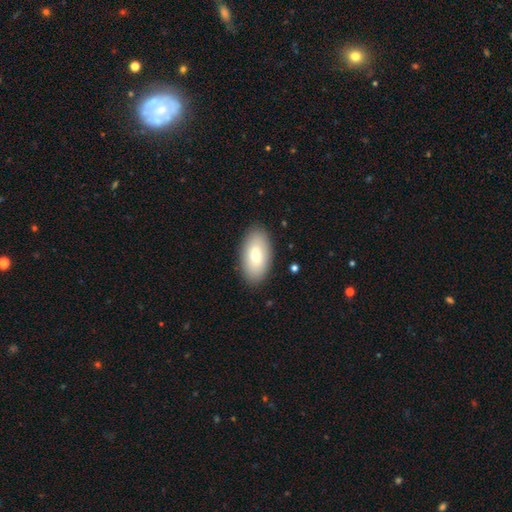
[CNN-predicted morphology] Smooth or featured: smooth — 71% (featured or disk — 22%)
How rounded: in between — 94% (round — 4%)
Merging: none — 88% (minor disturbance — 9%)